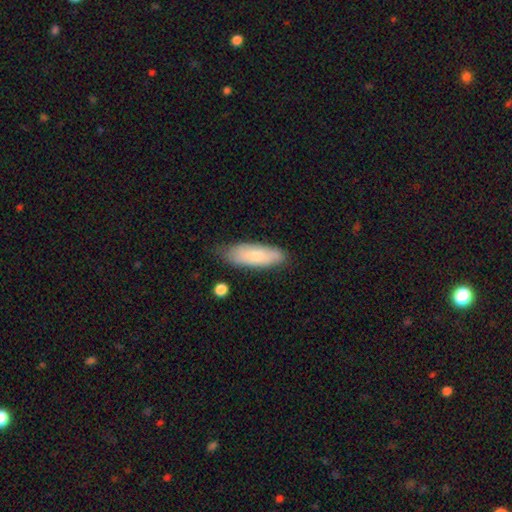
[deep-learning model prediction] This is likely a smooth galaxy (74%). How rounded: likely in between (63%). Merging: likely none (72%).